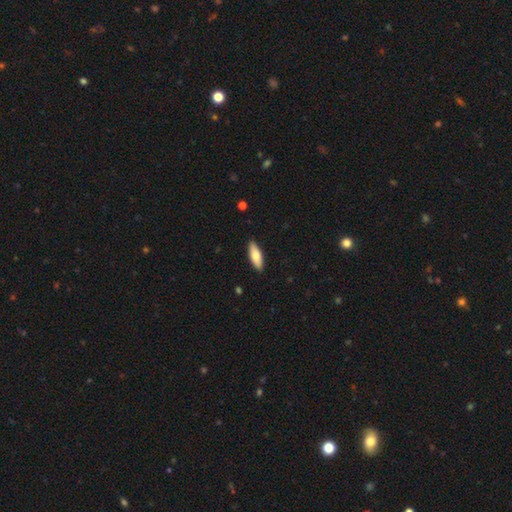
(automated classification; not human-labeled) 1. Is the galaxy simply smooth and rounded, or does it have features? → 73% smooth, 21% featured or disk, 5% star or artifact.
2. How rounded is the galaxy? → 63% in between, 35% cigar-shaped, 2% round.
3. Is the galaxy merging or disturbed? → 90% none, 8% minor disturbance, 2% major disturbance, 1% merger.